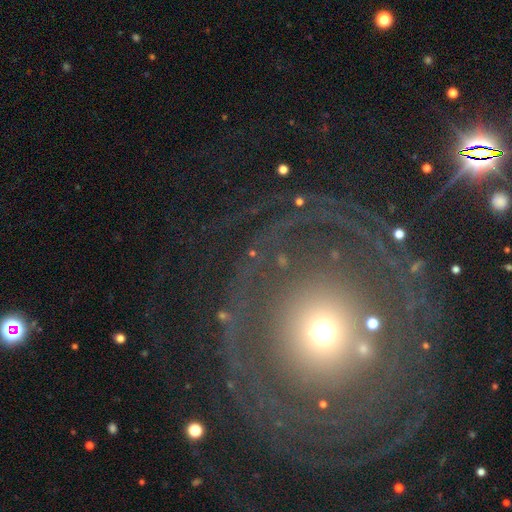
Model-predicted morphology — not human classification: Smooth or featured?
  - featured or disk: 55% *
  - smooth: 31%
  - star or artifact: 14%
Edge-on disk?
  - no: 95% *
  - yes: 5%
Bar?
  - no: 89% *
  - weak: 7%
  - strong: 4%
Spiral arms?
  - no: 60% *
  - yes: 40%
Bulge size?
  - moderate: 49% *
  - small: 36%
  - large: 10%
  - dominant: 3%
  - none: 2%
Merging?
  - none: 74% *
  - major disturbance: 12%
  - minor disturbance: 11%
  - merger: 2%